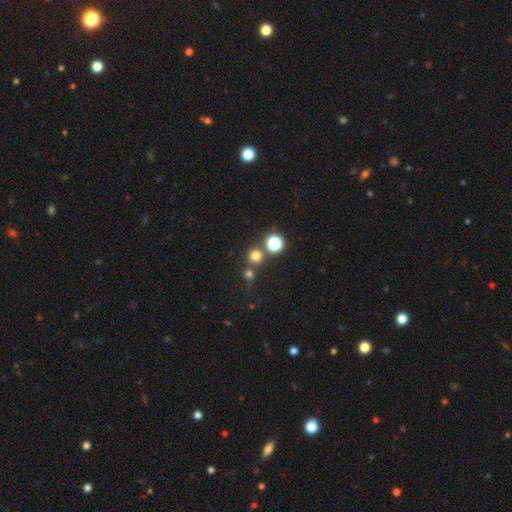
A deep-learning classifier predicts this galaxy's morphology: Overall: smooth (72%). How rounded: round (92%). Merging: none (73%).